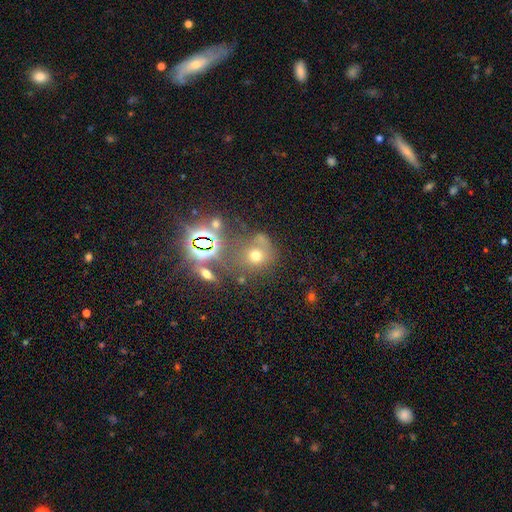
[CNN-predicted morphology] This appears to be a smooth galaxy with no disk features (56%) that is round (81%). Merging: none (54%).